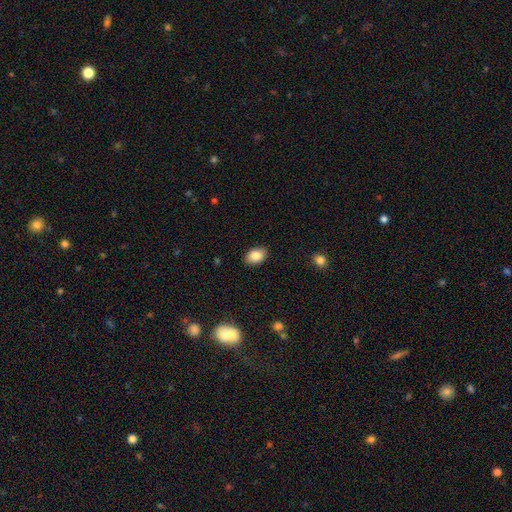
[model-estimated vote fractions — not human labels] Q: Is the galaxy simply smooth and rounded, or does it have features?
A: smooth — 85%.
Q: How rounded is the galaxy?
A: in between — 84%.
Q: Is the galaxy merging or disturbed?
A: none — 88%.